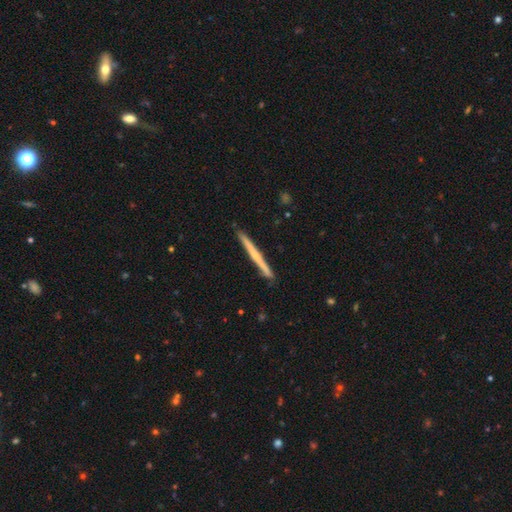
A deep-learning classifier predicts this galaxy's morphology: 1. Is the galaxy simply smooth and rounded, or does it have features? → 61% featured or disk, 33% smooth, 5% star or artifact.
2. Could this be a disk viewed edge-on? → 98% yes, 2% no.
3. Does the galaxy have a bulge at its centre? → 48% rounded, 47% none, 5% boxy.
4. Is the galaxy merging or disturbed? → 92% none, 6% minor disturbance, 1% major disturbance, 1% merger.